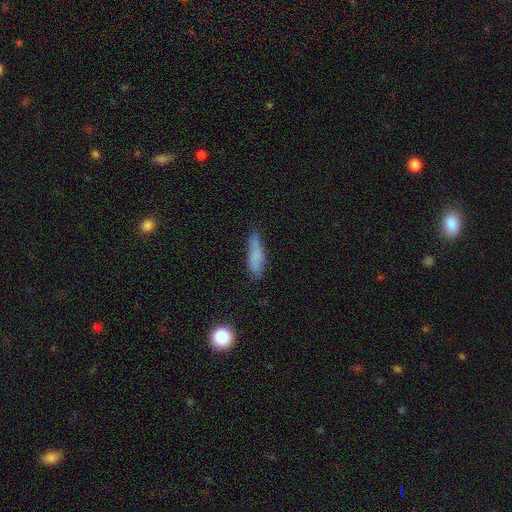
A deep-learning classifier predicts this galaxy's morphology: The model was most divided on "merging": none: 64%, minor disturbance: 26%, major disturbance: 6%, merger: 4%. More confident: smooth or featured — smooth (74%); how rounded — cigar-shaped (68%).